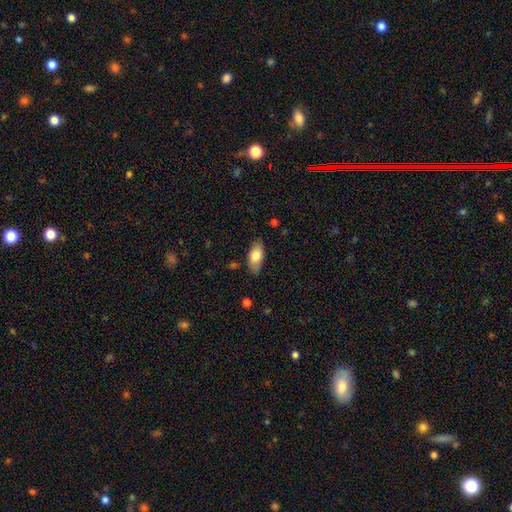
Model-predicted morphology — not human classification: smooth-or-featured: smooth: 77% | featured or disk: 16% | star or artifact: 6%
  how-rounded: in between: 89% | cigar-shaped: 8% | round: 3%
  merging: none: 82% | minor disturbance: 14% | major disturbance: 3% | merger: 1%